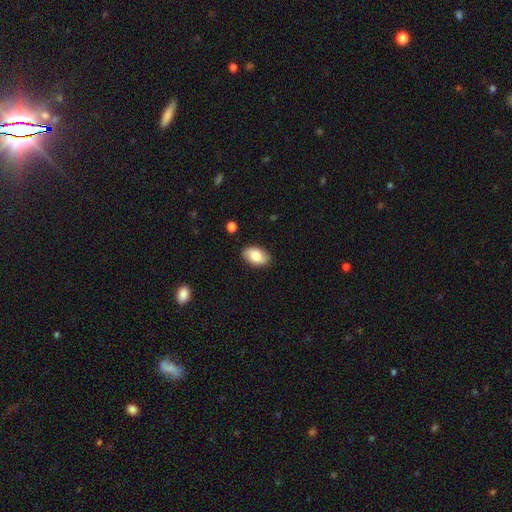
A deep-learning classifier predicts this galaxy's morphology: Smooth or featured? Predicted: smooth (p=0.72). How rounded? Predicted: in between (p=0.91). Merging? Predicted: none (p=0.84).